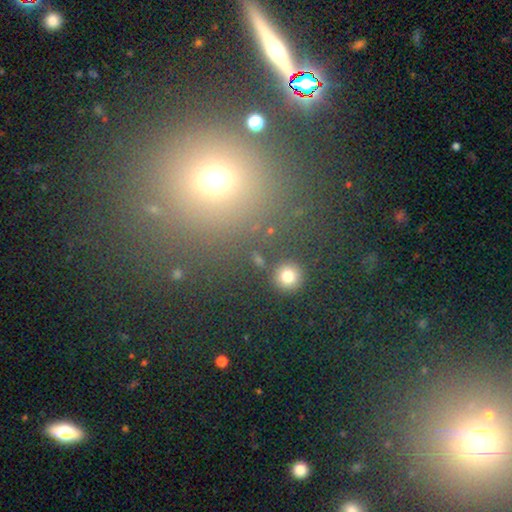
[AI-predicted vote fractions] smooth 70%, star or artifact 23%, featured or disk 7%. Down the decision tree: how rounded — round (88%); merging — none (86%).